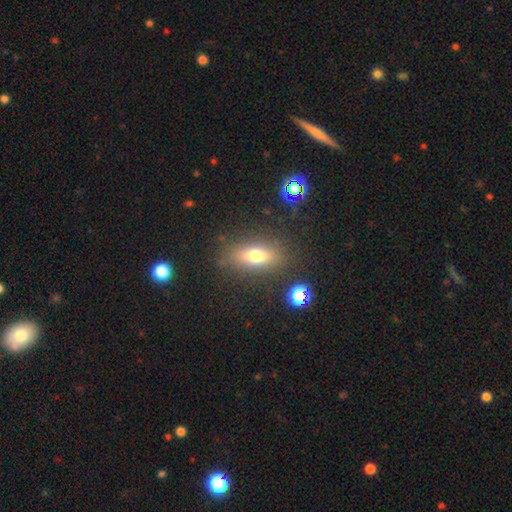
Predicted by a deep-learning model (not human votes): Smooth or featured? smooth (68%)
How rounded? in between (72%)
Merging? none (81%)